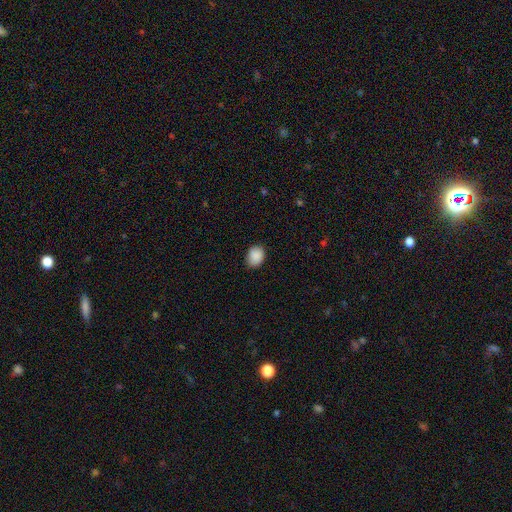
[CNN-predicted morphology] This is clearly a smooth galaxy (89%). How rounded: possibly in between (56%). Merging: likely none (80%).